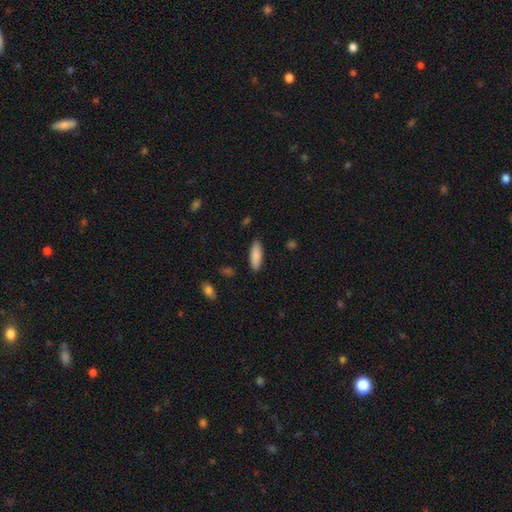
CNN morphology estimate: type=smooth (87%); roundness=in between (60%); merging=none (88%).